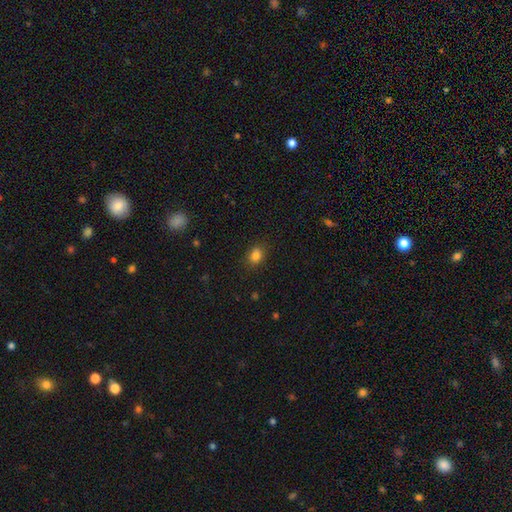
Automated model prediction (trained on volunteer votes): smooth_or_featured: smooth (p=0.82) [alt: star or artifact p=0.12]
how_rounded: in between (p=0.58) [alt: round p=0.41]
merging: none (p=0.80) [alt: minor disturbance p=0.14]